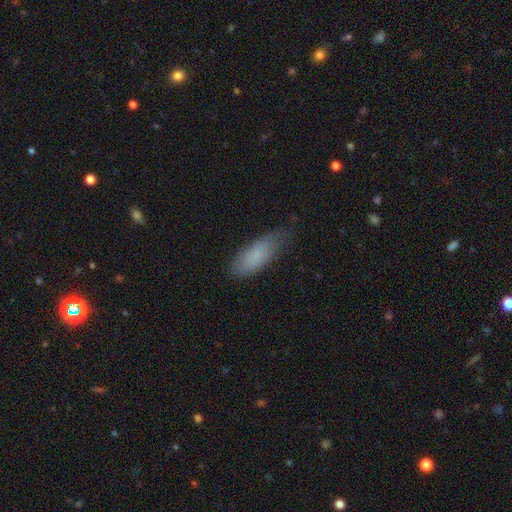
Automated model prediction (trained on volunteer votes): Smooth or featured: smooth — 82% (featured or disk — 11%)
How rounded: in between — 70% (cigar-shaped — 28%)
Merging: none — 64% (minor disturbance — 28%)